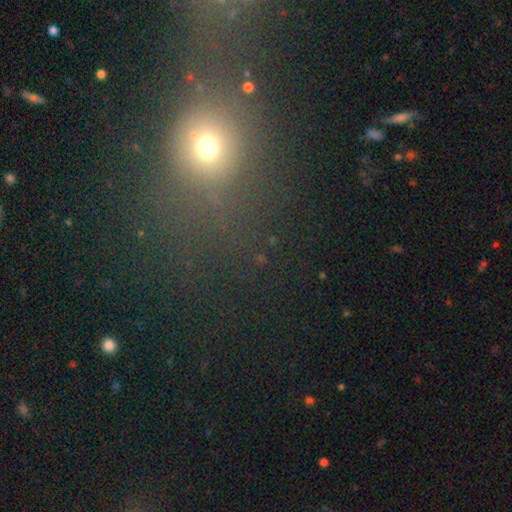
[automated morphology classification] smooth-or-featured: star or artifact: 45% | smooth: 43% | featured or disk: 11%